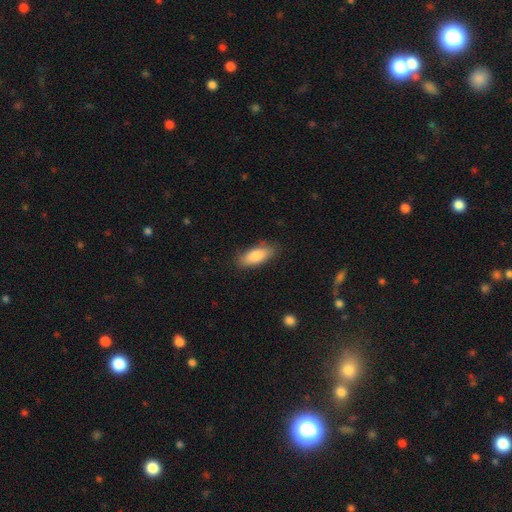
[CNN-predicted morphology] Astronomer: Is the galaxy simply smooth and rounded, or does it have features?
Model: smooth — 83%.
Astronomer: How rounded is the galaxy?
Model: in between — 76%.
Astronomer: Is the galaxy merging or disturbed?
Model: none — 82%.